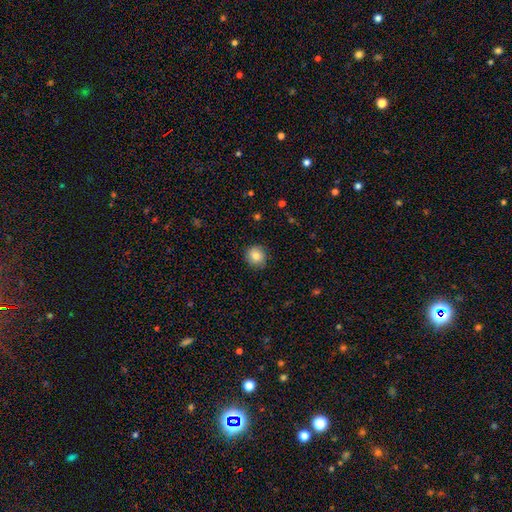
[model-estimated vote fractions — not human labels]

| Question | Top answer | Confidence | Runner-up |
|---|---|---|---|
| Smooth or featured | smooth | 83% | star or artifact (9%) |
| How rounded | round | 90% | in between (9%) |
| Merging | none | 87% | minor disturbance (10%) |